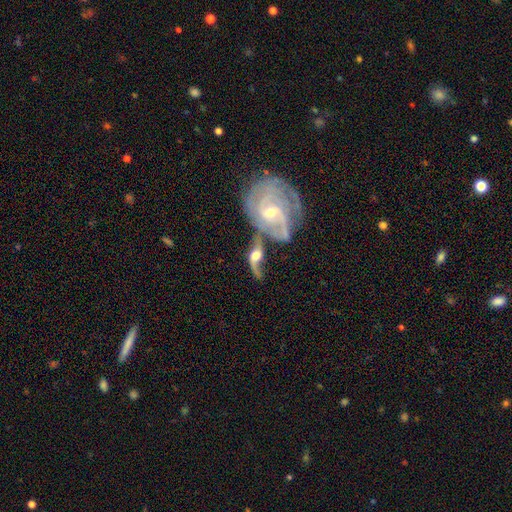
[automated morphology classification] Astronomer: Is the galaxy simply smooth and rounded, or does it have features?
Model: featured or disk — 79%.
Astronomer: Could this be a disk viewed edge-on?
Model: no — 85%.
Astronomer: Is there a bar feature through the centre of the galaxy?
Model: no — 52% (runner-up: weak, 36%).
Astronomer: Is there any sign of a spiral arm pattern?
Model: yes — 90%.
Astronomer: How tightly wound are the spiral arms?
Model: loose — 65%.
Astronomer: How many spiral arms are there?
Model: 2 — 83%.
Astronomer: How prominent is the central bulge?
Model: moderate — 59%.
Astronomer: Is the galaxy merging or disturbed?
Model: merger — 49%.